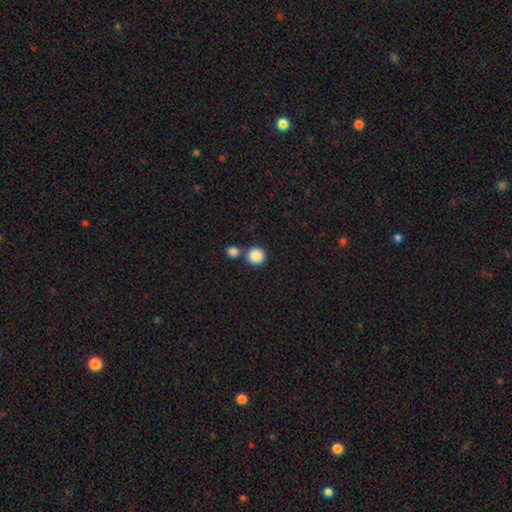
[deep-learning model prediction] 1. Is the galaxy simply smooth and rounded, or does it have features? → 88% smooth, 9% star or artifact, 4% featured or disk.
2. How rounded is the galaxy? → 91% round, 8% in between, 1% cigar-shaped.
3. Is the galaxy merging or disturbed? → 62% none, 27% merger, 8% minor disturbance, 3% major disturbance.